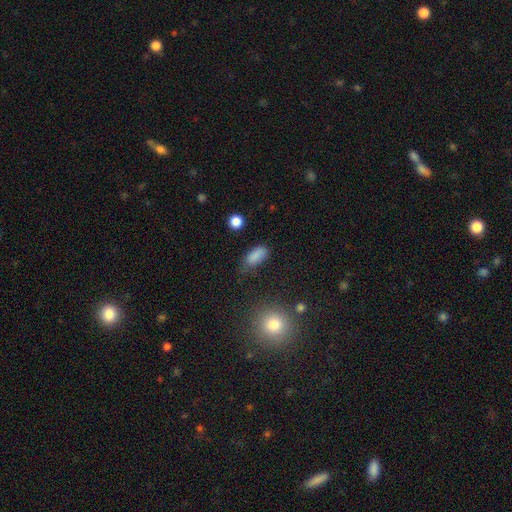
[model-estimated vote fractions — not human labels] smooth-or-featured: smooth: 84% | star or artifact: 10% | featured or disk: 6%
  how-rounded: in between: 85% | cigar-shaped: 11% | round: 4%
  merging: none: 61% | minor disturbance: 28% | major disturbance: 8% | merger: 3%